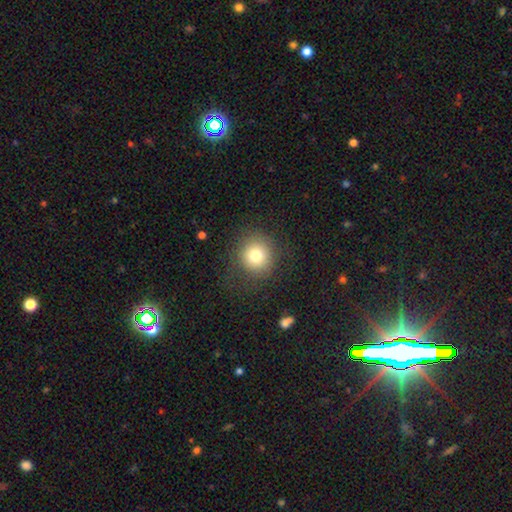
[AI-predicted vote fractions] Overall: smooth (78%). How rounded: round (91%). Merging: none (83%).